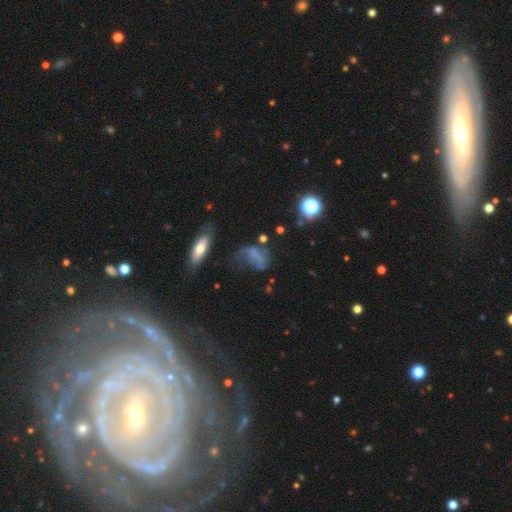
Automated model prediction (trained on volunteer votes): smooth 43%, featured or disk 37%, star or artifact 21%. Down the decision tree: merging — major disturbance (38%).